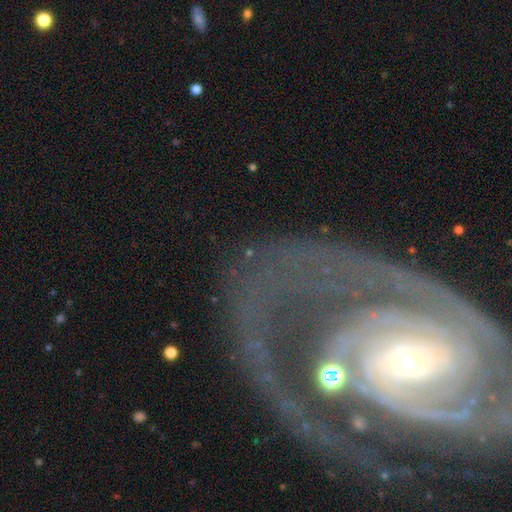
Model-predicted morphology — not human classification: Smooth or featured?
  - featured or disk: 74% *
  - smooth: 13%
  - star or artifact: 13%
Edge-on disk?
  - no: 91% *
  - yes: 9%
Bar?
  - no: 37% *
  - strong: 32%
  - weak: 31%
Spiral arms?
  - yes: 83% *
  - no: 17%
Spiral winding?
  - tight: 53% *
  - medium: 33%
  - loose: 14%
Spiral arm count?
  - 2: 49% *
  - can't tell: 20%
  - 3: 10%
  - 1: 7%
  - 4: 7%
  - more than 4: 7%
Bulge size?
  - small: 44% *
  - moderate: 43%
  - large: 7%
  - none: 3%
  - dominant: 3%
Merging?
  - none: 66% *
  - minor disturbance: 14%
  - major disturbance: 14%
  - merger: 6%